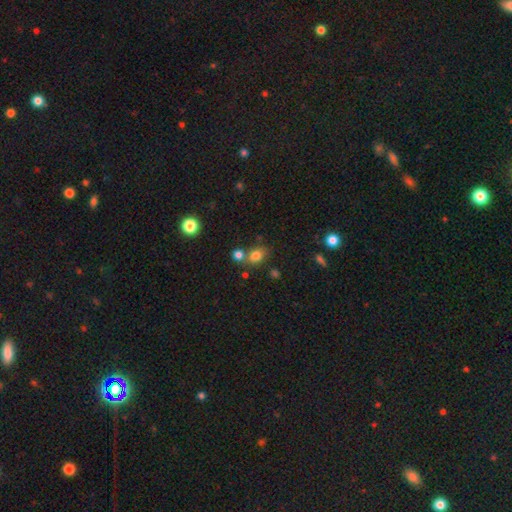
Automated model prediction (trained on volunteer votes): Smooth or featured: smooth — 78% (star or artifact — 13%)
How rounded: in between — 52% (round — 47%)
Merging: none — 60% (merger — 24%)